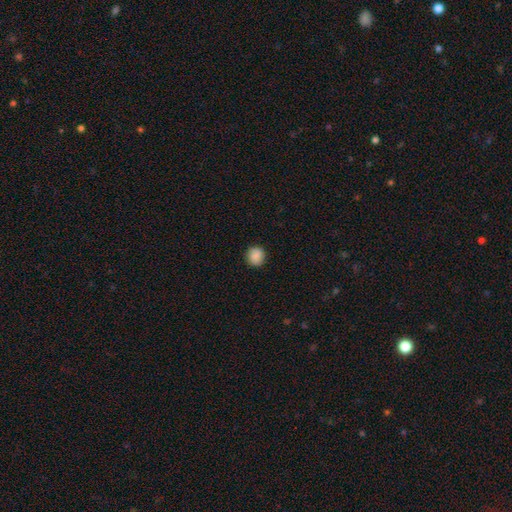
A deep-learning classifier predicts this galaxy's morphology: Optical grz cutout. It shows a smooth galaxy with no disk features (89%) that is round (87%). Merging: none (90%).